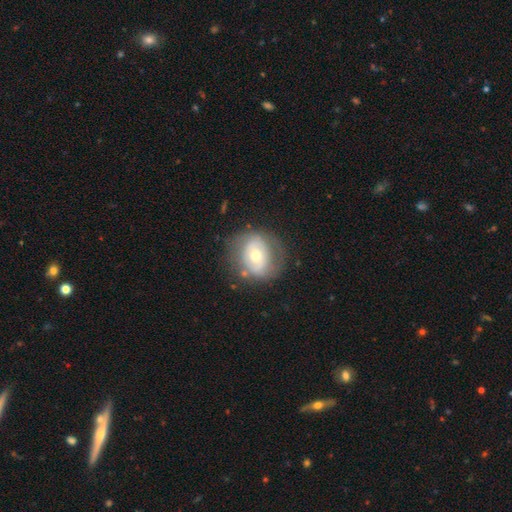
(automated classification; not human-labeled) Smooth or featured?
  - featured or disk: 50% *
  - smooth: 43%
  - star or artifact: 7%
Edge-on disk?
  - no: 95% *
  - yes: 5%
Merging?
  - none: 64% *
  - minor disturbance: 20%
  - major disturbance: 13%
  - merger: 3%